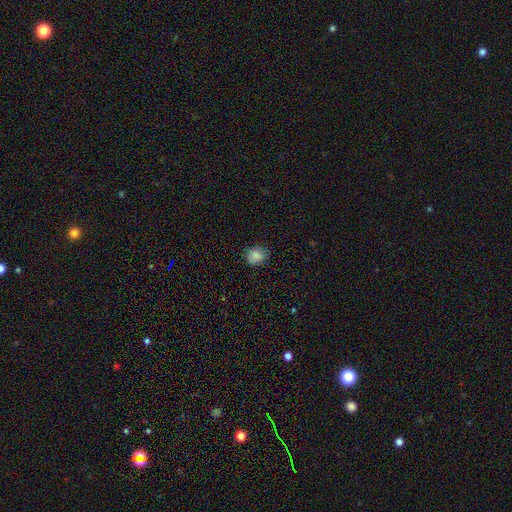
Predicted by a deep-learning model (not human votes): Smooth or featured?
  - smooth: 83% *
  - star or artifact: 10%
  - featured or disk: 7%
How rounded?
  - round: 68% *
  - in between: 31%
  - cigar-shaped: 1%
Merging?
  - none: 77% *
  - minor disturbance: 18%
  - major disturbance: 4%
  - merger: 1%